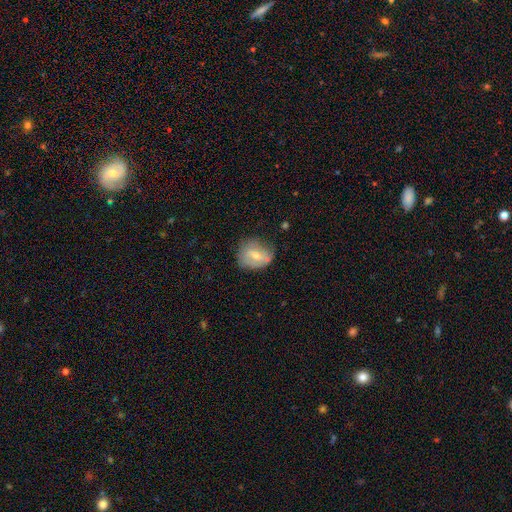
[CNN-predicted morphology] Overall: smooth (59%; featured or disk 34%). How rounded: round (51%; in between 47%). Merging: none (59%; minor disturbance 29%).